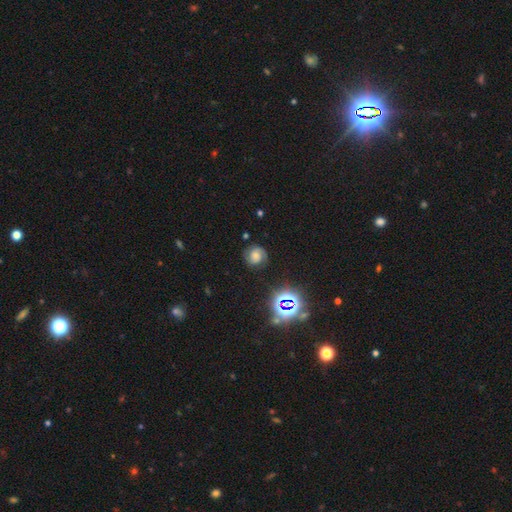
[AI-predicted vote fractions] This appears to be a featured or disk galaxy (41%). Merging: none (76%).